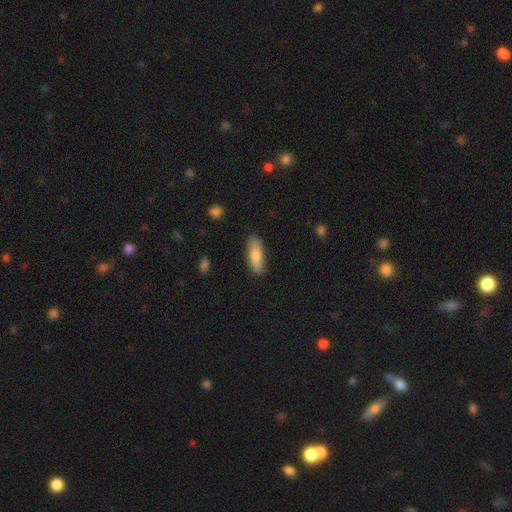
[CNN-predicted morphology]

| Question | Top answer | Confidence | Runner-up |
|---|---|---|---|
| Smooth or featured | smooth | 80% | featured or disk (14%) |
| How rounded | in between | 52% | cigar-shaped (46%) |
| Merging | none | 84% | minor disturbance (12%) |